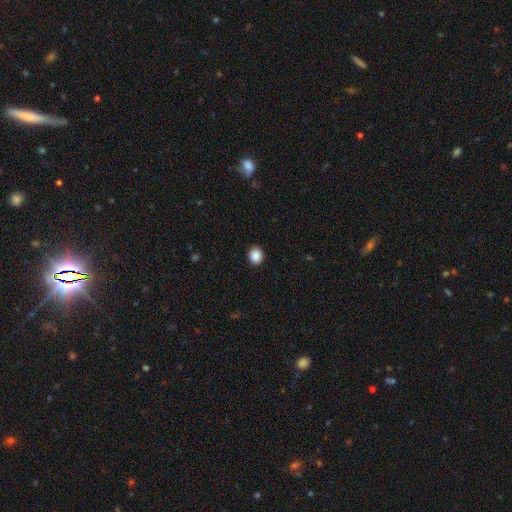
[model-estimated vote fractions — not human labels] Q: Smooth or featured?
A: smooth (88%); runner-up: star or artifact (9%)
Q: How rounded?
A: round (70%); runner-up: in between (29%)
Q: Merging?
A: none (91%); runner-up: minor disturbance (6%)